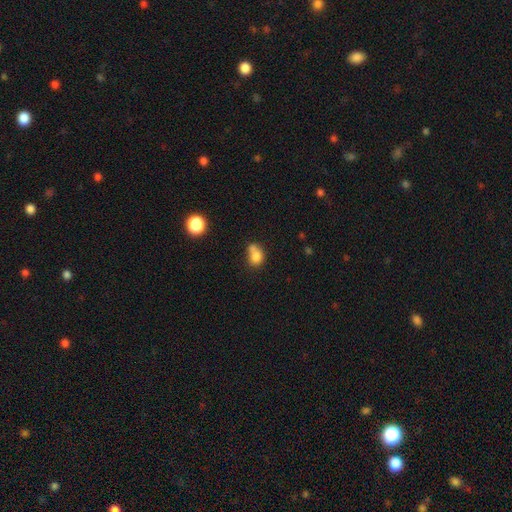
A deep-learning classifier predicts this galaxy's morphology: The model was most divided on "how rounded": in between: 51%, round: 48%, cigar-shaped: 1%. Remaining: smooth or featured — smooth (77%); merging — merger (40%).